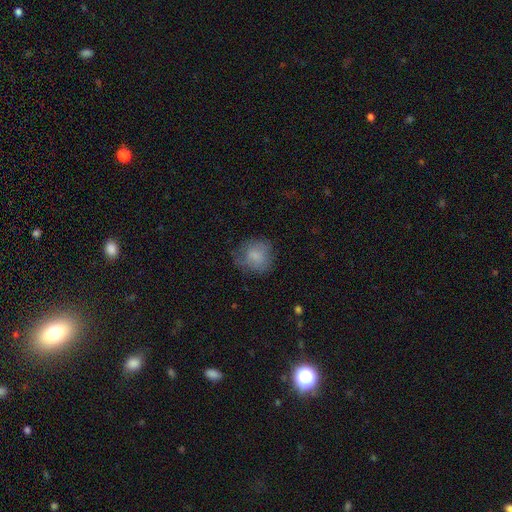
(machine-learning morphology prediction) type=smooth (75%); roundness=round (77%); merging=none (62%).